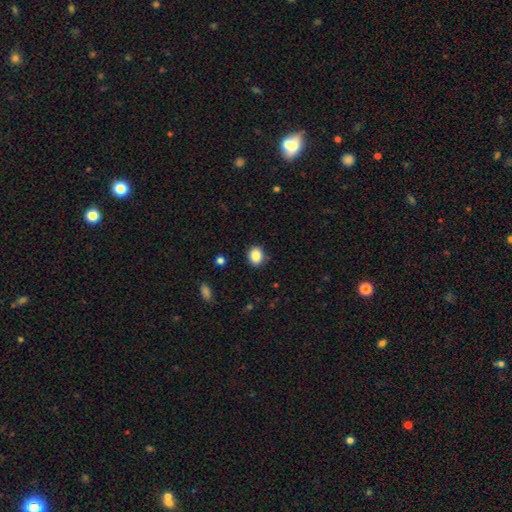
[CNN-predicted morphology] This appears to be a smooth galaxy with no disk features (86%) that is round (58%). Merging: none (86%).